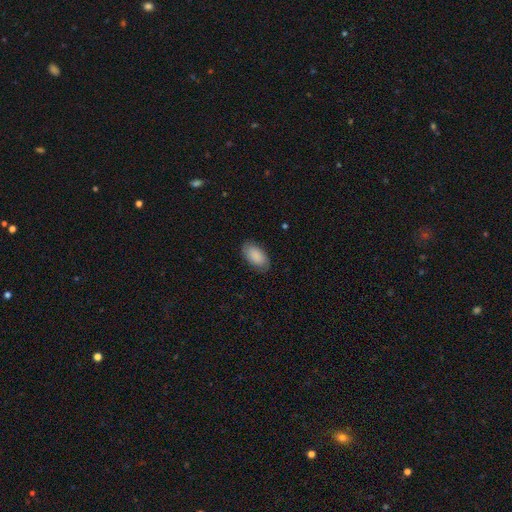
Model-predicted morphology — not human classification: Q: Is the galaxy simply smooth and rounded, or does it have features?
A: smooth — 86%.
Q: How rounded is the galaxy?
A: in between — 95%.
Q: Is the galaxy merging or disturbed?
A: none — 82%.